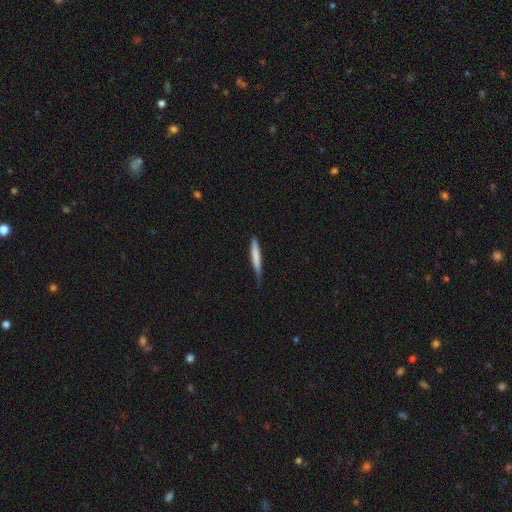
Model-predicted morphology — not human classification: type=smooth (74%); roundness=cigar-shaped (95%); merging=none (65%).